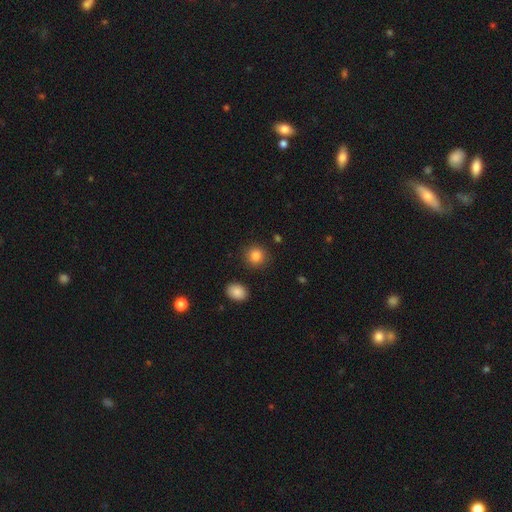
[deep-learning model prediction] This is clearly a smooth galaxy (86%). How rounded: clearly round (88%). Merging: clearly none (89%).